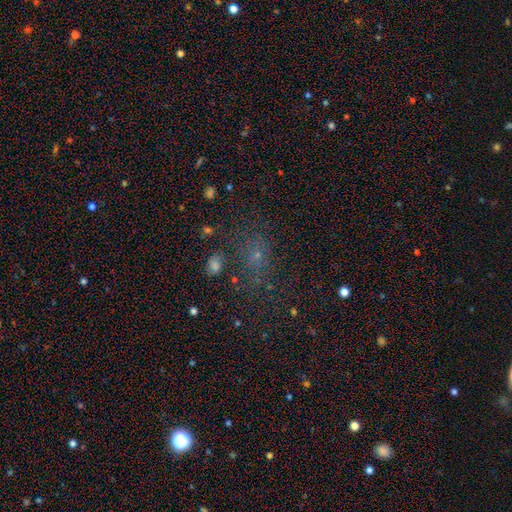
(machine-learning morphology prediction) Smooth or featured? Predicted: smooth (p=0.47). Merging? Predicted: none (p=0.65).